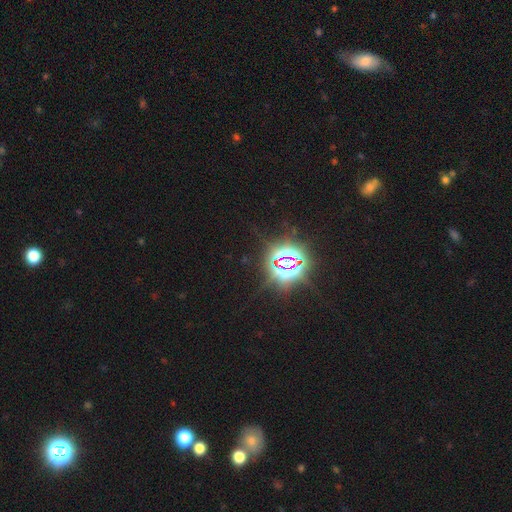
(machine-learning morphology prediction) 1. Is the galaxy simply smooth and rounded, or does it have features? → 82% star or artifact, 11% smooth, 6% featured or disk.